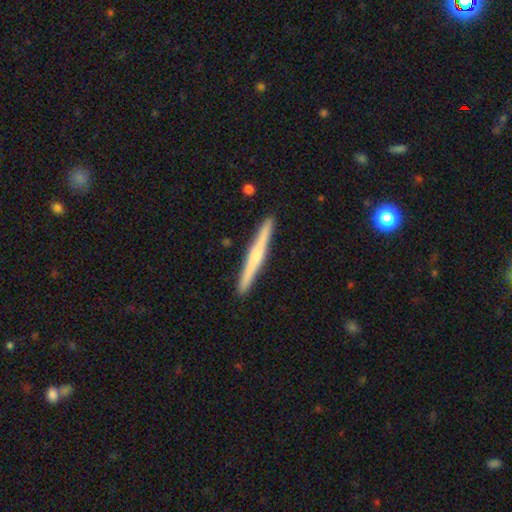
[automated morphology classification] type=featured or disk (56%); edge-on=yes (98%); edge-on bulge=rounded (49%); merging=none (92%).